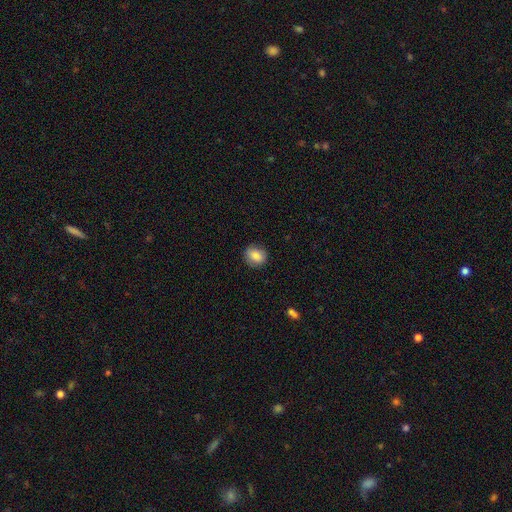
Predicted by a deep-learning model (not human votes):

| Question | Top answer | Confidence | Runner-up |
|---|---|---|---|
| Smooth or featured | smooth | 82% | featured or disk (10%) |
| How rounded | round | 67% | in between (31%) |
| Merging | none | 87% | minor disturbance (10%) |